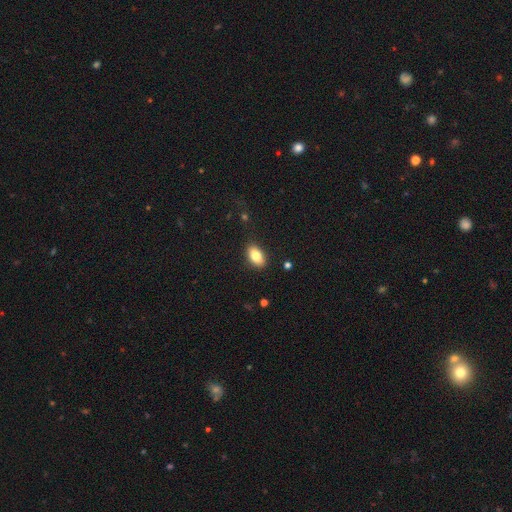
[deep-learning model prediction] Morphology: type=smooth (82%); roundness=in between (90%); merging=none (87%).